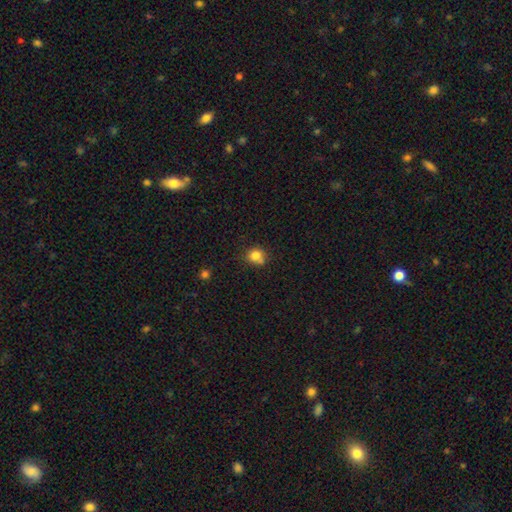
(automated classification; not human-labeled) smooth_or_featured: smooth (p=0.81) [alt: star or artifact p=0.11]
how_rounded: round (p=0.78) [alt: in between p=0.21]
merging: none (p=0.59) [alt: minor disturbance p=0.19]